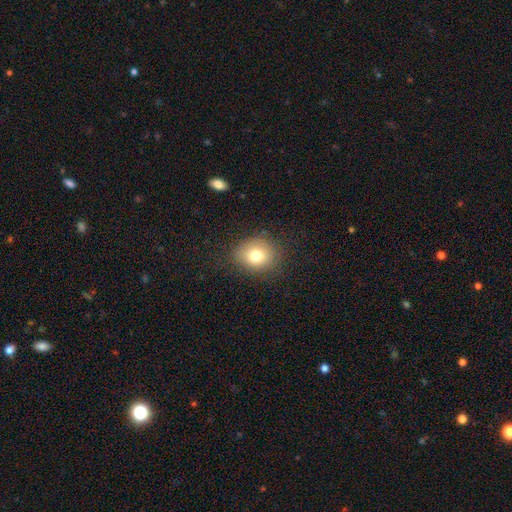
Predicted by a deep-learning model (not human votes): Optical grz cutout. It shows a smooth galaxy with no disk features (77%) that is round (65%). Merging: none (83%).